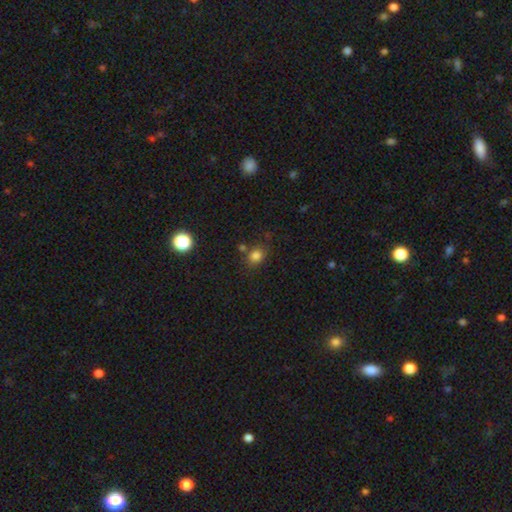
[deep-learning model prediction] This appears to be a smooth galaxy with no disk features (80%) that is round (61%). Merging: none (73%).